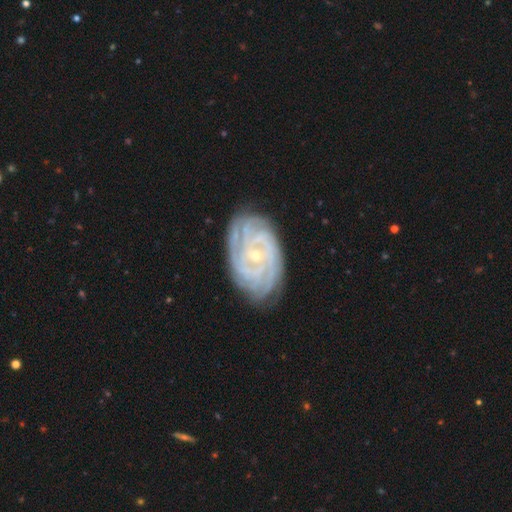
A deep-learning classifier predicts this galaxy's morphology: This is clearly a featured or disk galaxy (89%). It is clearly not viewed edge-on (97%). Bar: likely no (63%). Spiral arm pattern: clearly yes (98%). Spiral arm count: marginally 4 (27%). Spiral winding: clearly tight (82%). Central bulge: likely small (75%). Merging: clearly none (81%).